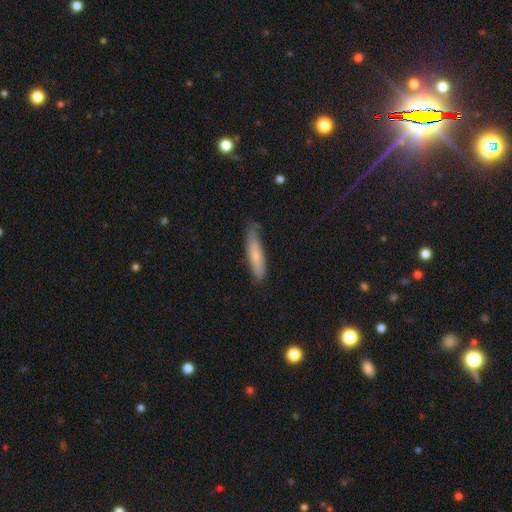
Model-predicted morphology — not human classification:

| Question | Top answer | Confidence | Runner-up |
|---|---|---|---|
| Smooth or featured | smooth | 70% | featured or disk (24%) |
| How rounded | cigar-shaped | 83% | in between (16%) |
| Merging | none | 69% | minor disturbance (25%) |